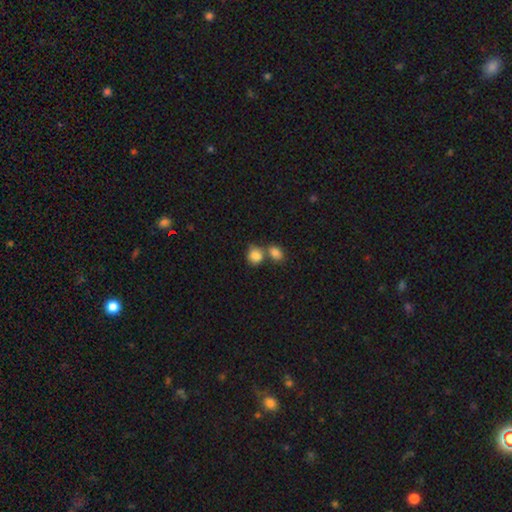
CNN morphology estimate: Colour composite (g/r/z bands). It shows a smooth galaxy with no disk features (84%) that is round (62%). Merging: merger (50%).